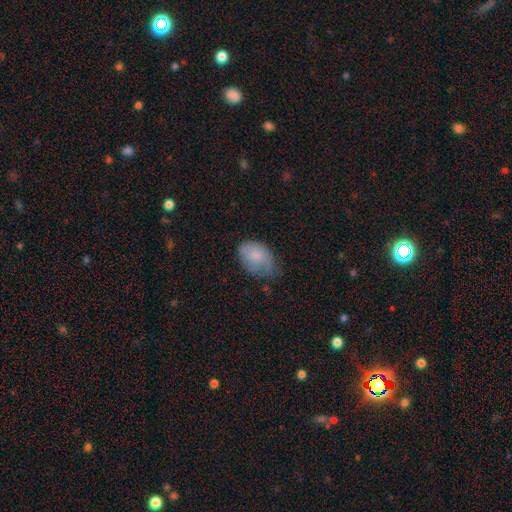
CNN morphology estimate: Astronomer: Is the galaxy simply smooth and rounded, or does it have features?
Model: smooth — 73%.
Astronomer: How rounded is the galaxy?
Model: in between — 84%.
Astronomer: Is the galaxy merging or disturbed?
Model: none — 42% (runner-up: minor disturbance, 41%).